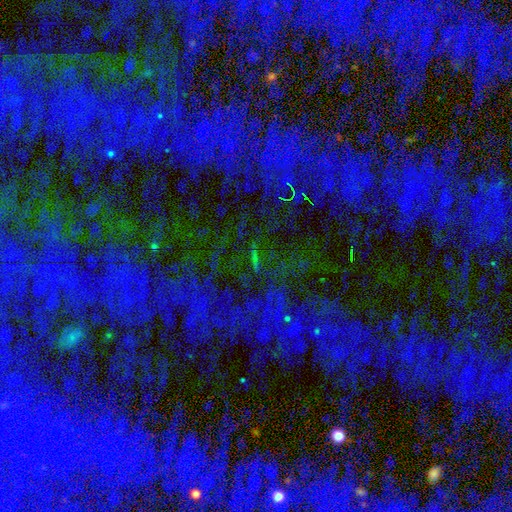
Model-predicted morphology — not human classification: Smooth or featured? star or artifact (69%)